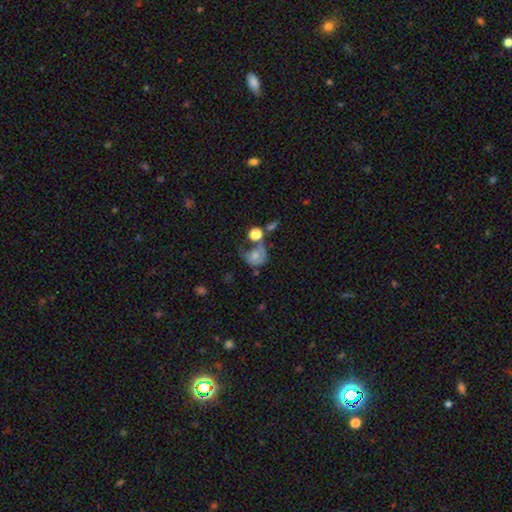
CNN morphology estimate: Smooth or featured? smooth (60%)
How rounded? round (60%)
Merging? major disturbance (31%)